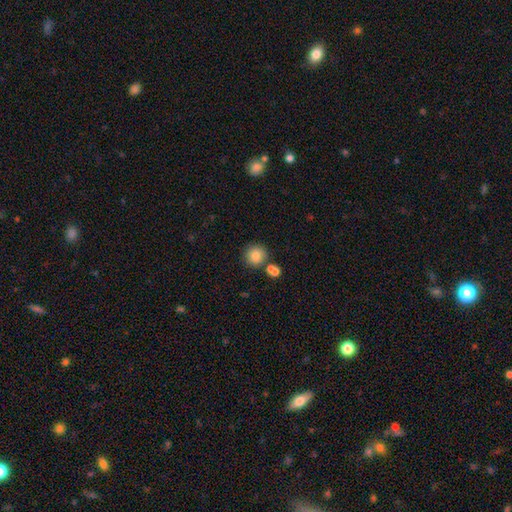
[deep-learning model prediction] A smooth galaxy with no disk features (84%) that is round (92%). Merging: none (73%).